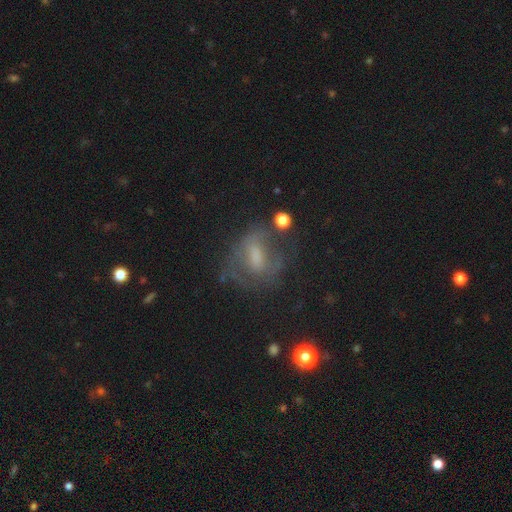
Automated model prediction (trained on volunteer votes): Smooth or featured?
  - featured or disk: 50% *
  - smooth: 34%
  - star or artifact: 16%
Edge-on disk?
  - no: 93% *
  - yes: 7%
Merging?
  - none: 49% *
  - major disturbance: 24%
  - minor disturbance: 22%
  - merger: 4%